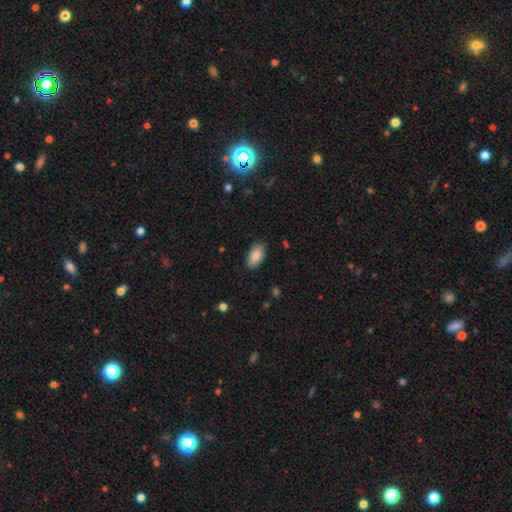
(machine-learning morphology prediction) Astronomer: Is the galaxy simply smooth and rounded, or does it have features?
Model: smooth — 87%.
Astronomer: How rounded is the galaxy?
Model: in between — 92%.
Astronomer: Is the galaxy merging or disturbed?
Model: none — 87%.